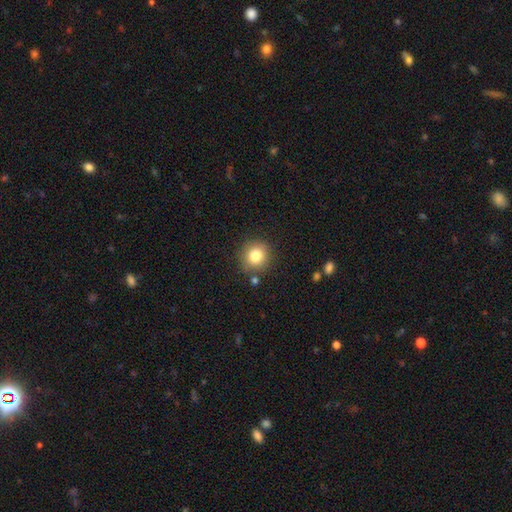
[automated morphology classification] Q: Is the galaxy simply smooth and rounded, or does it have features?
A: smooth — 81%.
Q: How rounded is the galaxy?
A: round — 90%.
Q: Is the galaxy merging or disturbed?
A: none — 84%.